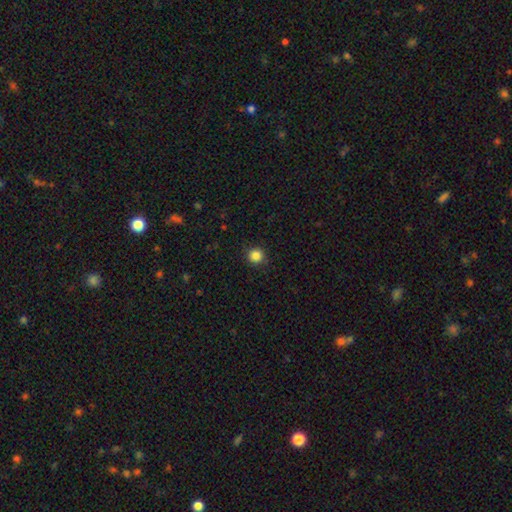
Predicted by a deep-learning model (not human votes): smooth_or_featured: smooth (p=0.86) [alt: star or artifact p=0.11]
how_rounded: round (p=0.93) [alt: in between p=0.06]
merging: none (p=0.90) [alt: minor disturbance p=0.07]